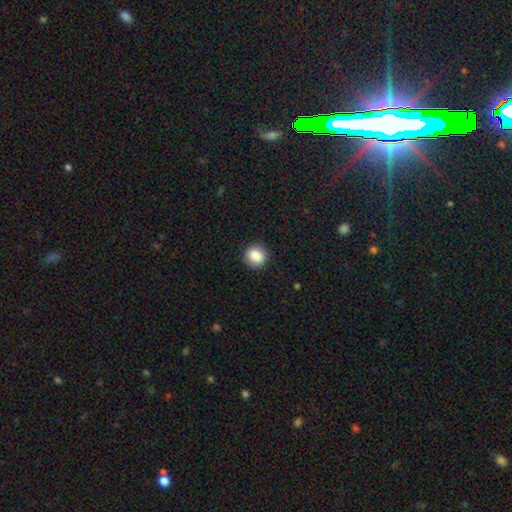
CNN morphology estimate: Smooth or featured: smooth — 88% (star or artifact — 9%)
How rounded: round — 90% (in between — 9%)
Merging: none — 90% (minor disturbance — 7%)